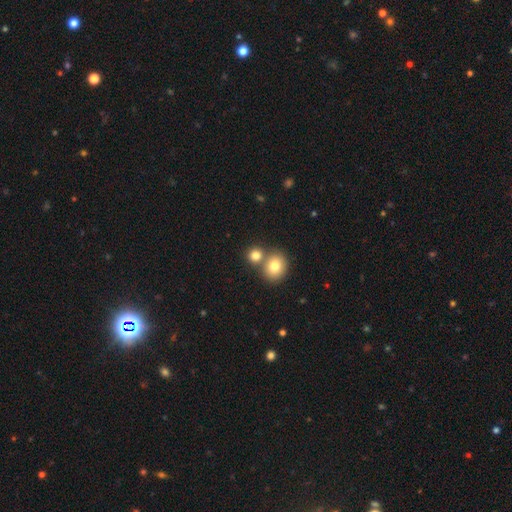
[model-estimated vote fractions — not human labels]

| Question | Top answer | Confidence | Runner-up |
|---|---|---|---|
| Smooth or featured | smooth | 80% | star or artifact (11%) |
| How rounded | round | 83% | in between (16%) |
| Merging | none | 54% | merger (37%) |